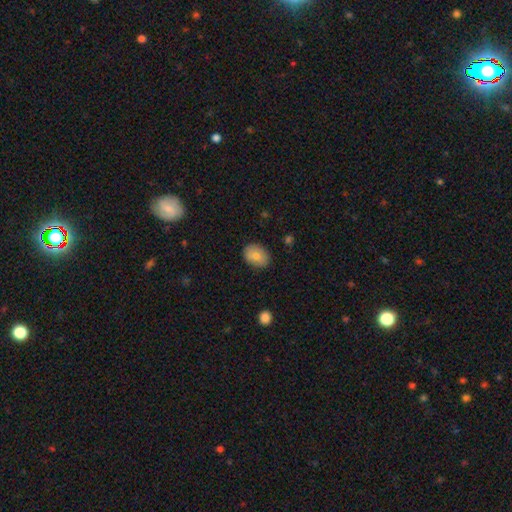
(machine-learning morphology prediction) Q: Smooth or featured?
A: smooth (79%); runner-up: featured or disk (13%)
Q: How rounded?
A: in between (73%); runner-up: round (26%)
Q: Merging?
A: none (85%); runner-up: minor disturbance (12%)